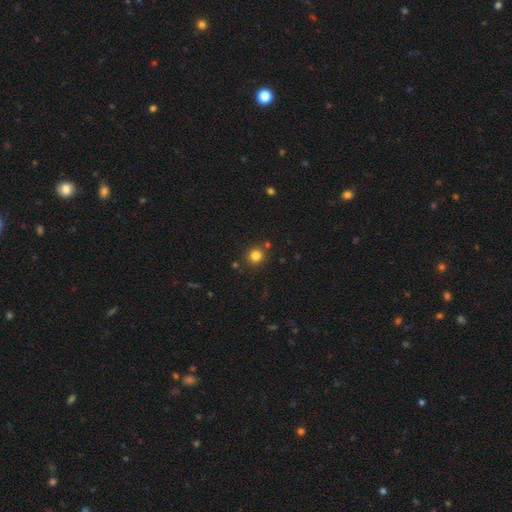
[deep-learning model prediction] A smooth galaxy with no disk features (82%) that is round (90%). Merging: none (84%).